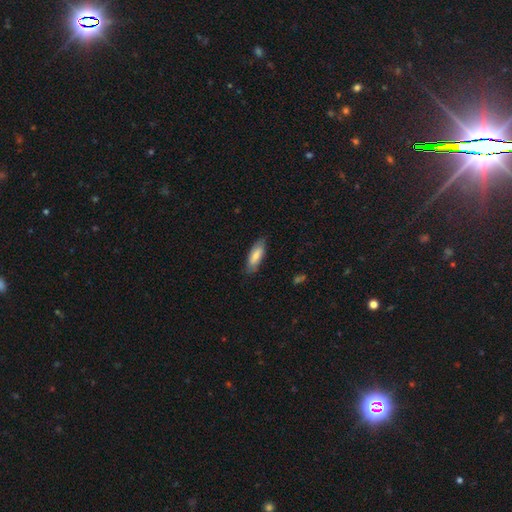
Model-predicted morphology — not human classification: smooth_or_featured: smooth (p=0.73) [alt: featured or disk p=0.22]
how_rounded: in between (p=0.64) [alt: cigar-shaped p=0.35]
merging: none (p=0.79) [alt: minor disturbance p=0.16]